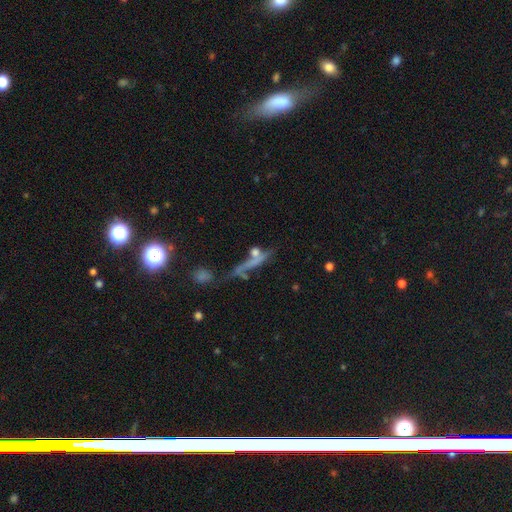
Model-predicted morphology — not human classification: This appears to be a smooth galaxy with no disk features (49%). Merging: none (45%).